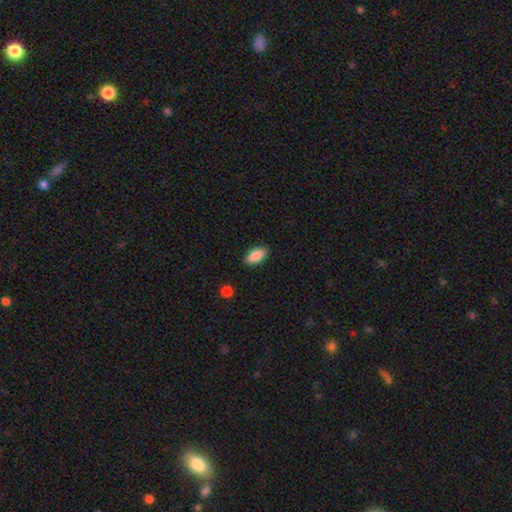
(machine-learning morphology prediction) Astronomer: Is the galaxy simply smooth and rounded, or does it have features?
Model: smooth — 88%.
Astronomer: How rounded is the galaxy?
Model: in between — 92%.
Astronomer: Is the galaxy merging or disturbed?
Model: none — 88%.